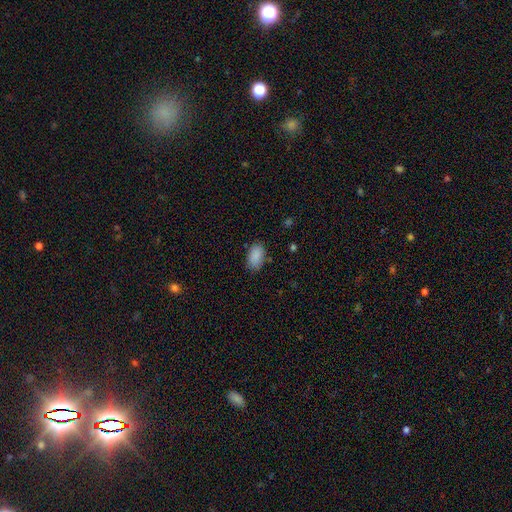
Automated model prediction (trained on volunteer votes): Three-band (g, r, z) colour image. It shows a smooth galaxy with no disk features (89%) that is in between round and cigar-shaped (91%). Merging: none (79%).